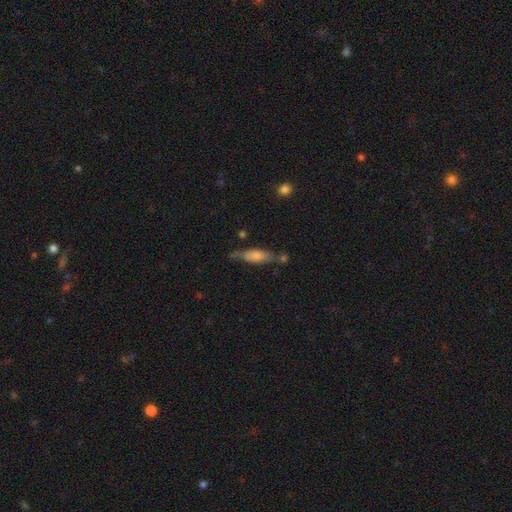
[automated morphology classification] smooth 65%, featured or disk 28%, star or artifact 7%. Down the decision tree: how rounded — in between (49%); merging — none (53%).